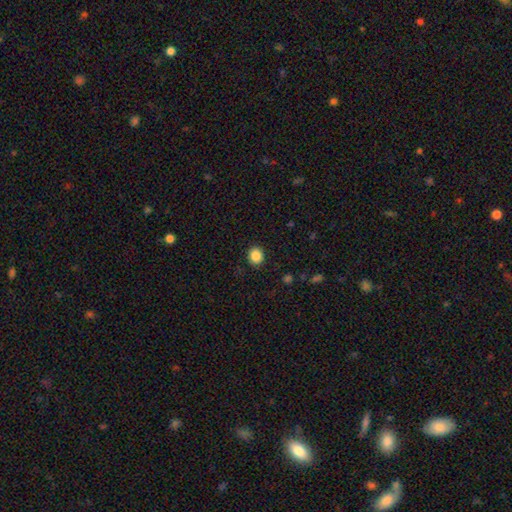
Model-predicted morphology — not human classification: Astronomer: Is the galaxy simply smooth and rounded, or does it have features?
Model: smooth — 87%.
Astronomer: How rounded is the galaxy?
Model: round — 72%.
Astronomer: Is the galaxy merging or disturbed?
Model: none — 90%.